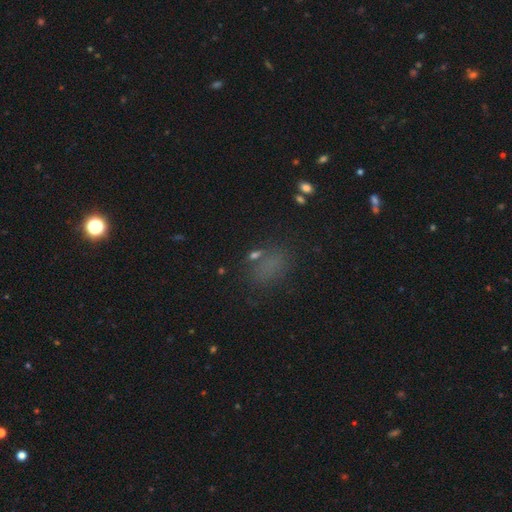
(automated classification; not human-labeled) Smooth or featured?
  - smooth: 61% *
  - star or artifact: 27%
  - featured or disk: 11%
How rounded?
  - in between: 72% *
  - round: 25%
  - cigar-shaped: 3%
Merging?
  - none: 63% *
  - minor disturbance: 18%
  - major disturbance: 12%
  - merger: 7%